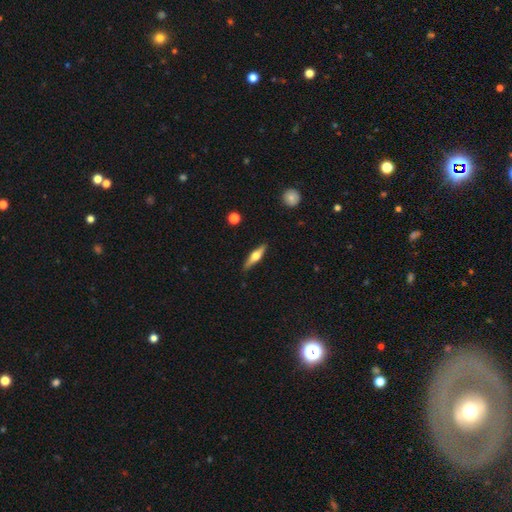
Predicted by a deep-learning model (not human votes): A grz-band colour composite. It shows a featured or disk galaxy (57%) viewed edge-on (95%) with a rounded central bulge (93%). Merging: none (87%).